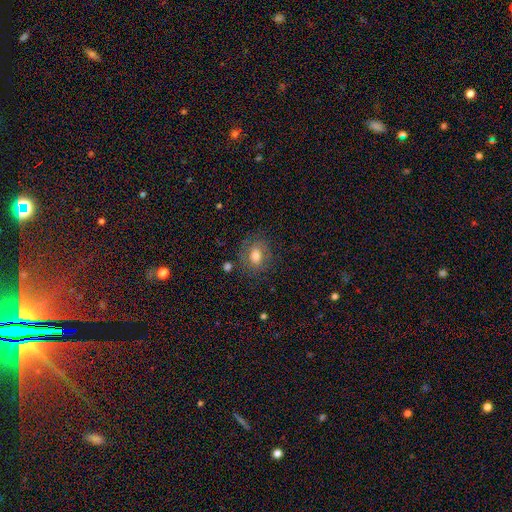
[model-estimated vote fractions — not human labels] smooth-or-featured: smooth: 61% | featured or disk: 28% | star or artifact: 11%
  how-rounded: round: 56% | in between: 43% | cigar-shaped: 1%
  merging: none: 76% | minor disturbance: 16% | major disturbance: 7% | merger: 2%